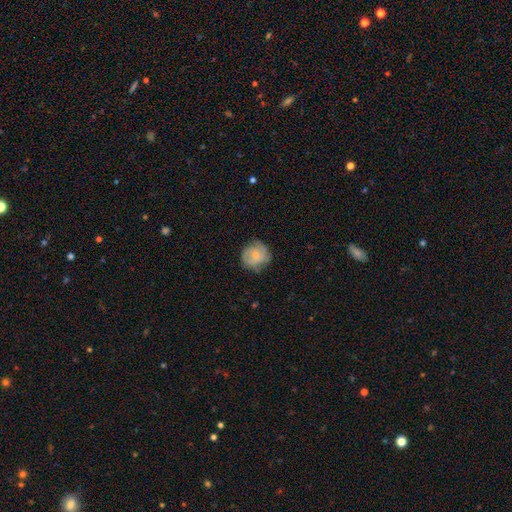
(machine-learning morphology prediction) A smooth galaxy with no disk features (57%) that is round (86%).

Vote fractions:
- Smooth or featured? smooth: 57% / featured or disk: 36% / star or artifact: 8%
- How rounded? round: 86% / in between: 13% / cigar-shaped: 1%
- Merging? none: 70% / minor disturbance: 21% / major disturbance: 7% / merger: 1%